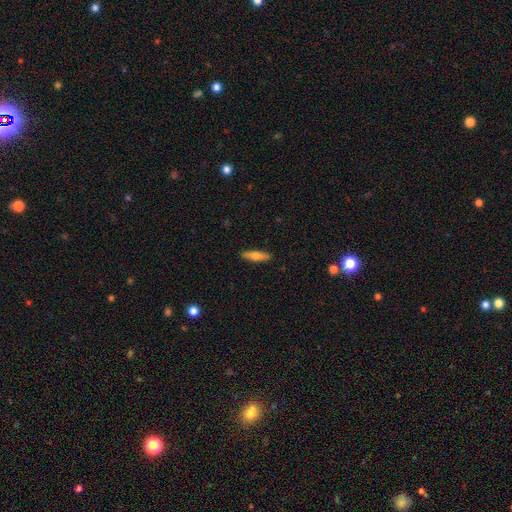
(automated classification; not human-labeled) This appears to be a smooth galaxy with no disk features (61%) that is cigar-shaped (72%). Merging: none (89%).